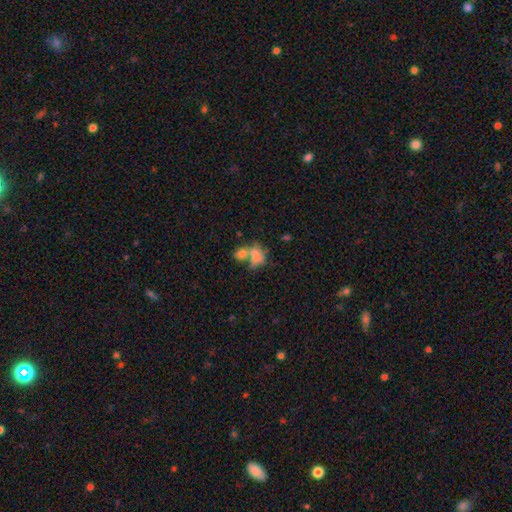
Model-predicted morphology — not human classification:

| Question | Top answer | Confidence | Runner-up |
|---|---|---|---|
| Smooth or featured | smooth | 71% | featured or disk (18%) |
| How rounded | in between | 77% | round (20%) |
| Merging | merger | 60% | none (20%) |